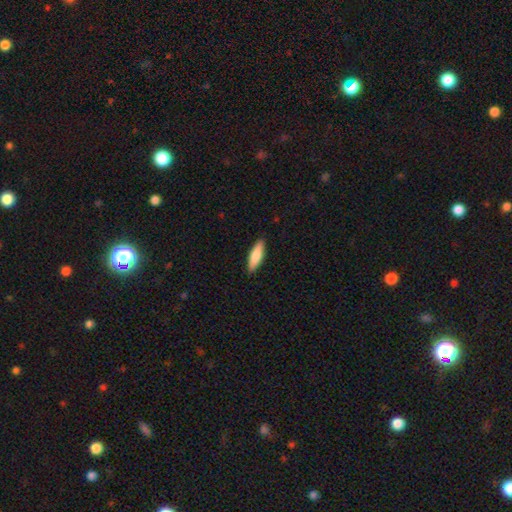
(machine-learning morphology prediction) Smooth or featured? smooth (82%)
How rounded? cigar-shaped (60%)
Merging? none (89%)